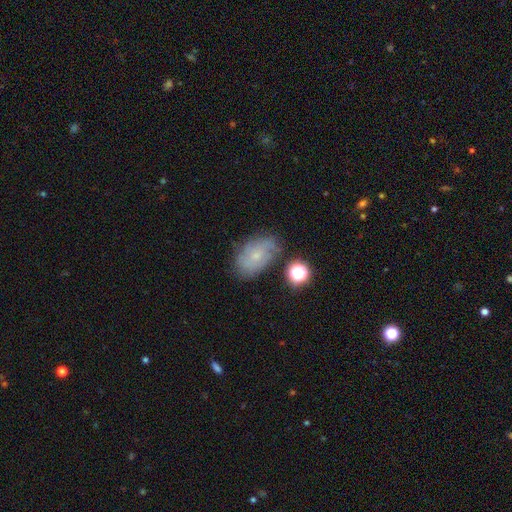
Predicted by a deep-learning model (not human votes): smooth-or-featured: featured or disk: 47% | smooth: 40% | star or artifact: 13%
  merging: none: 66% | minor disturbance: 21% | major disturbance: 8% | merger: 5%